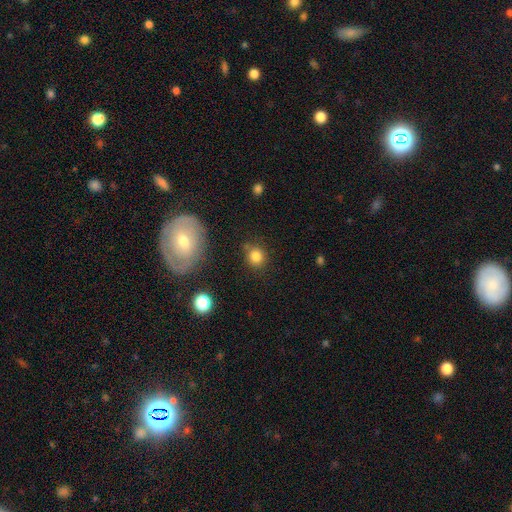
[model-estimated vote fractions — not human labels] This appears to be a smooth galaxy with no disk features (82%) that is round (80%). Merging: none (79%).